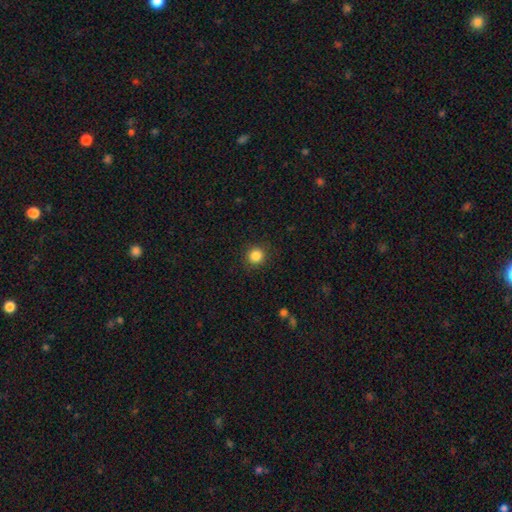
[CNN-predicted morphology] Smooth or featured?
  - smooth: 85% *
  - star or artifact: 11%
  - featured or disk: 4%
How rounded?
  - round: 91% *
  - in between: 8%
  - cigar-shaped: 1%
Merging?
  - none: 89% *
  - minor disturbance: 7%
  - major disturbance: 2%
  - merger: 1%